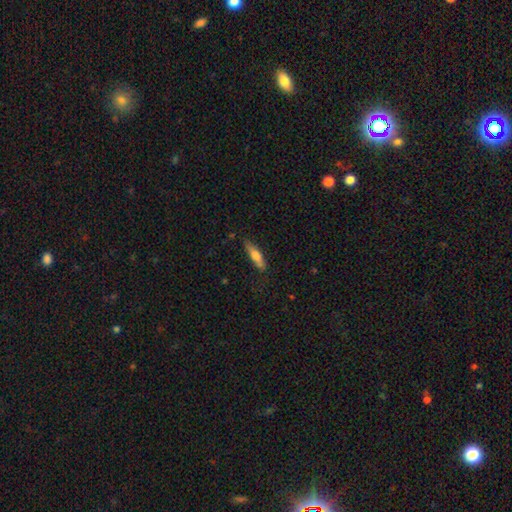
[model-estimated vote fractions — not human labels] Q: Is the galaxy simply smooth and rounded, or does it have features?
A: smooth — 70%.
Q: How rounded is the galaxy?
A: cigar-shaped — 67%.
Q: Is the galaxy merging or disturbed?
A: none — 76%.